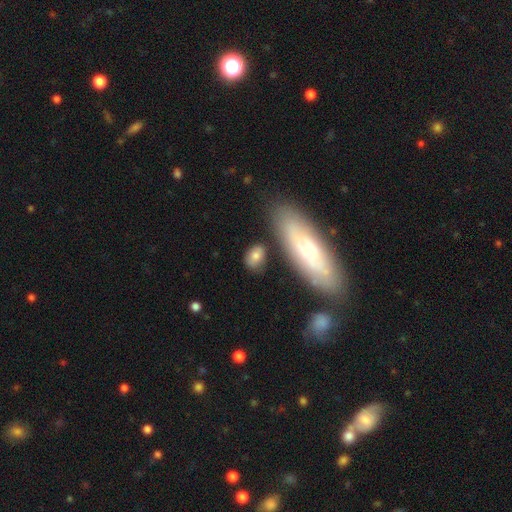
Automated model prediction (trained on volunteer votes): Smooth or featured: smooth — 75% (featured or disk — 18%)
How rounded: in between — 78% (round — 15%)
Merging: none — 72% (minor disturbance — 15%)